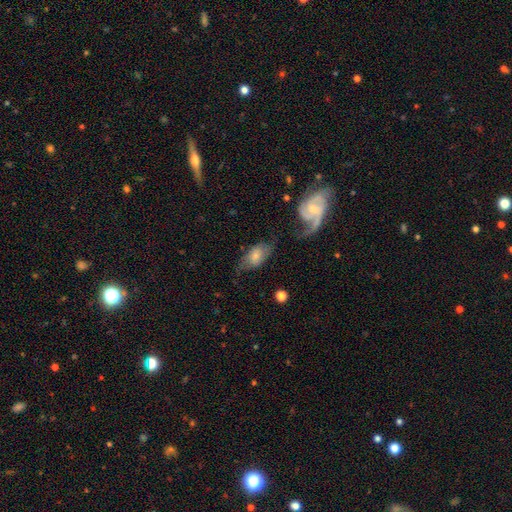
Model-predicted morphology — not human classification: Q: Smooth or featured?
A: smooth (49%); runner-up: featured or disk (43%)
Q: Merging?
A: none (52%); runner-up: minor disturbance (24%)